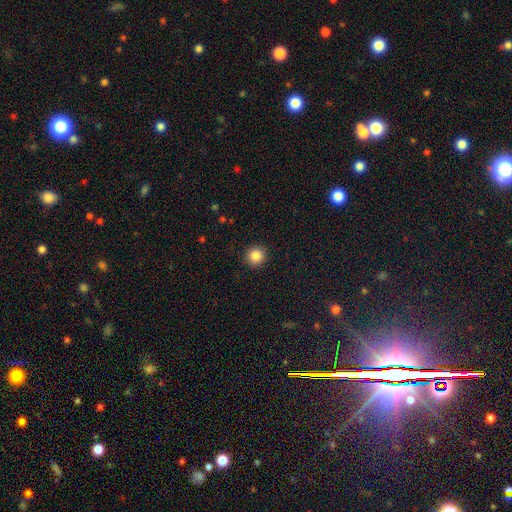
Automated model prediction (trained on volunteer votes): The model was most divided on "smooth or featured": smooth: 86%, star or artifact: 10%, featured or disk: 4%. More confident: how rounded — round (94%); merging — none (92%).